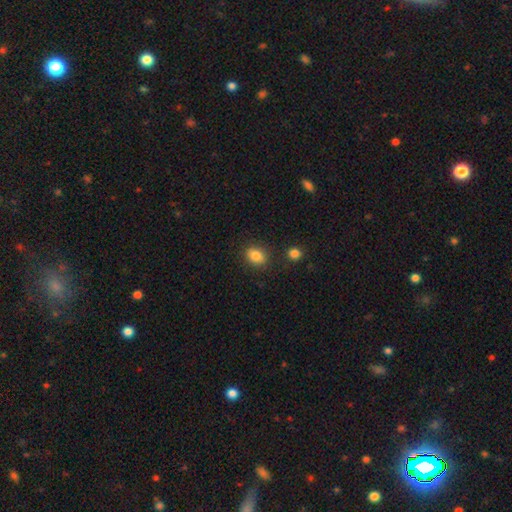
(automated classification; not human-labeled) This is clearly a smooth galaxy (85%). How rounded: possibly in between (57%). Merging: clearly none (82%).